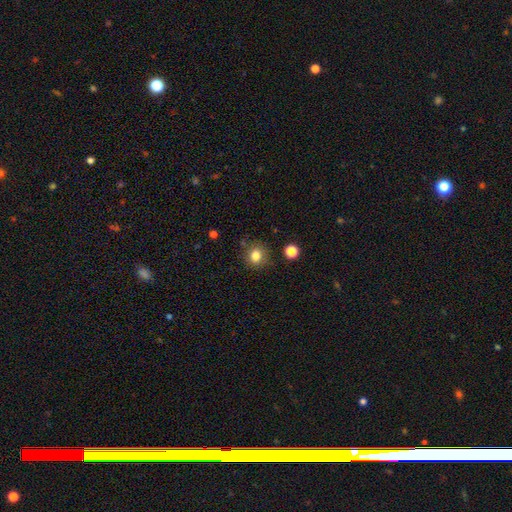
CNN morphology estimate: Smooth or featured? Predicted: smooth (p=0.82). How rounded? Predicted: round (p=0.81). Merging? Predicted: none (p=0.83).